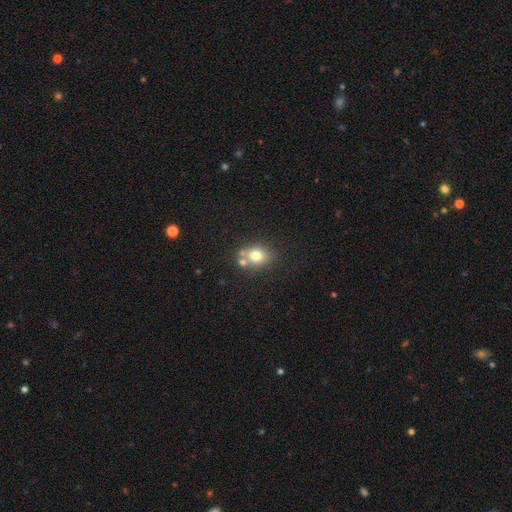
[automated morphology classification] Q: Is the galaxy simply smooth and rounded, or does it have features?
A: smooth — 73%.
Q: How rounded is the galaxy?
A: round — 55%.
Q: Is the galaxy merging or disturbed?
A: none — 59%.